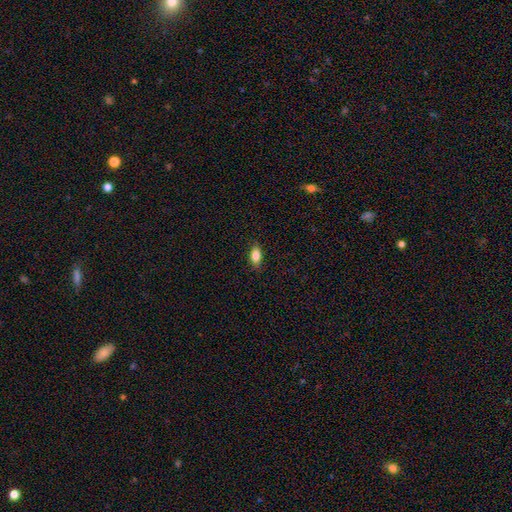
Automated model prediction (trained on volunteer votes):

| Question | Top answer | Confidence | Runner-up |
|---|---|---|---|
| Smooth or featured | smooth | 83% | featured or disk (8%) |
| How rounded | in between | 86% | cigar-shaped (8%) |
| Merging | none | 87% | minor disturbance (10%) |